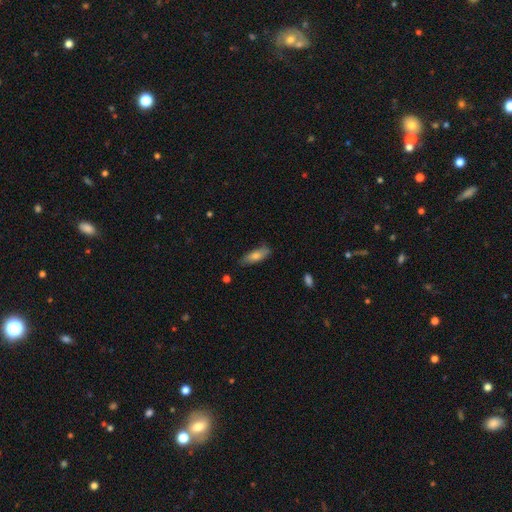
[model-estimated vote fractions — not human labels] smooth-or-featured: smooth: 72% | featured or disk: 21% | star or artifact: 7%
  how-rounded: in between: 57% | cigar-shaped: 41% | round: 2%
  merging: none: 77% | minor disturbance: 19% | major disturbance: 3% | merger: 2%